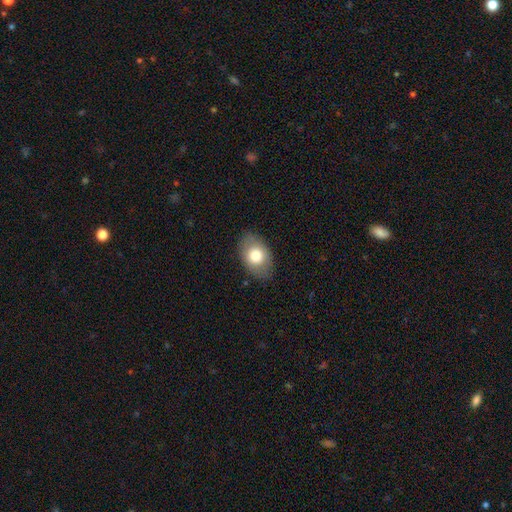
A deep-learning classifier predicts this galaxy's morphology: Smooth or featured: smooth — 76% (featured or disk — 17%)
How rounded: in between — 82% (round — 17%)
Merging: none — 83% (minor disturbance — 13%)